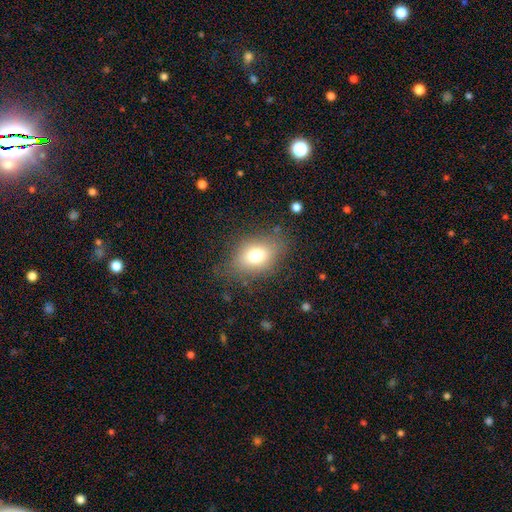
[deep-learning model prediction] A smooth galaxy with no disk features (73%) that is in between round and cigar-shaped (72%). Merging: none (73%).